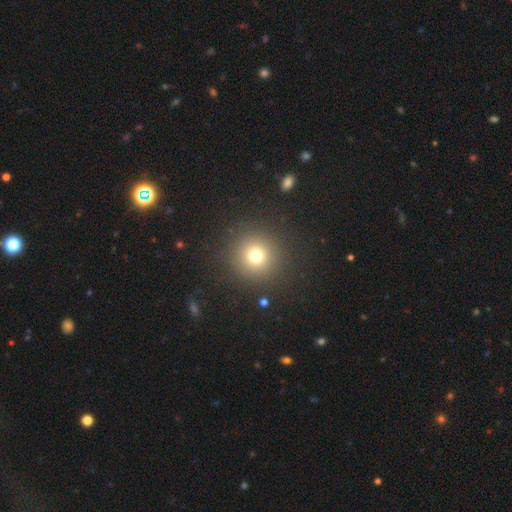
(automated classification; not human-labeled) Smooth or featured? Predicted: smooth (p=0.75). How rounded? Predicted: round (p=0.95). Merging? Predicted: none (p=0.90).